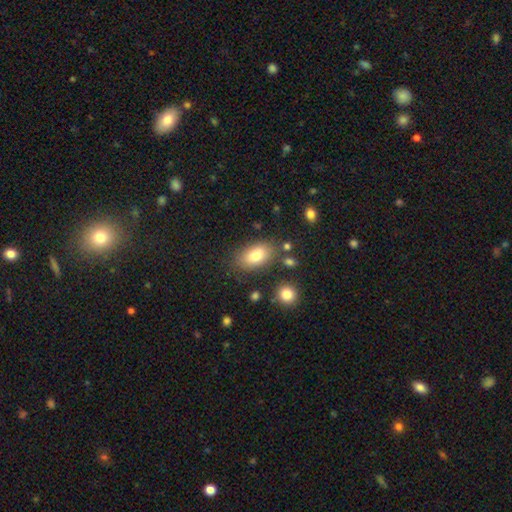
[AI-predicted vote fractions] smooth_or_featured: smooth (p=0.79) [alt: featured or disk p=0.12]
how_rounded: in between (p=0.89) [alt: round p=0.09]
merging: none (p=0.78) [alt: minor disturbance p=0.13]